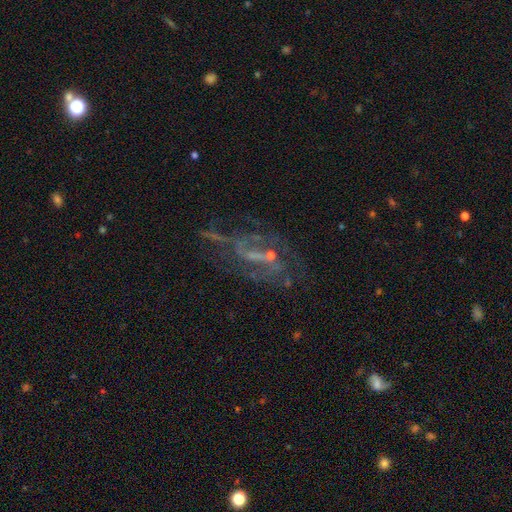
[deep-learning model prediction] This is likely a featured or disk galaxy (73%). It is clearly not viewed edge-on (94%). Bar: marginally weak (44%). Spiral arm pattern: likely yes (73%). Spiral arm count: possibly 2 (50%). Spiral winding: marginally loose (44%). Central bulge: possibly small (51%). Merging: possibly none (49%).